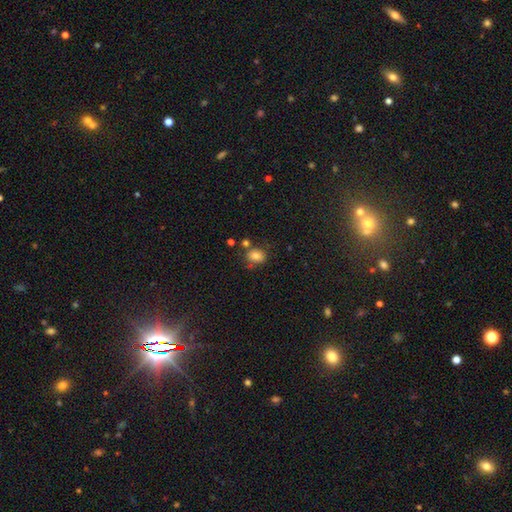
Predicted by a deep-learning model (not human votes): This is likely a smooth galaxy (77%). How rounded: possibly round (50%). Merging: likely none (65%).